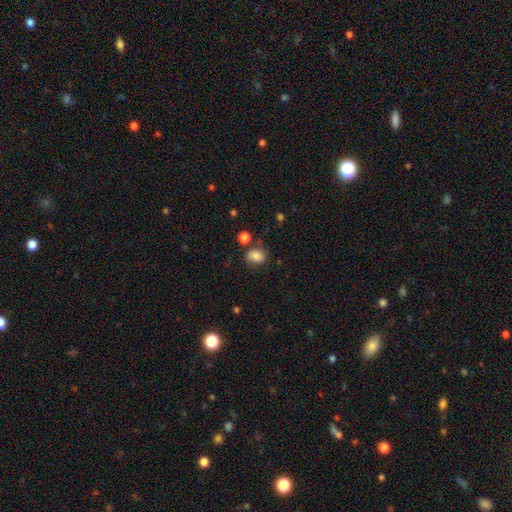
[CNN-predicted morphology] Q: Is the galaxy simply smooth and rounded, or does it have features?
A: smooth — 78%.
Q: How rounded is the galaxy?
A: in between — 52%.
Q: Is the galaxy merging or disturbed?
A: none — 62%.